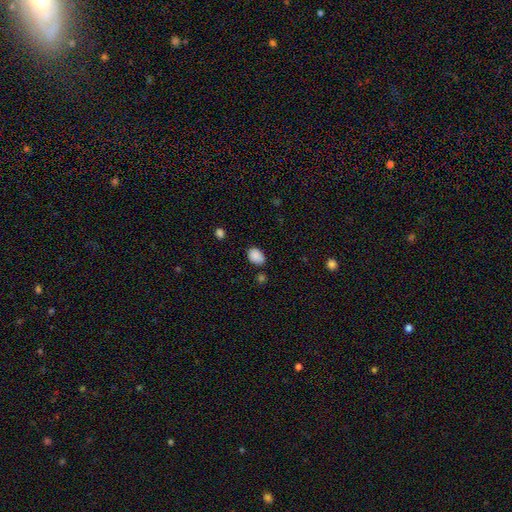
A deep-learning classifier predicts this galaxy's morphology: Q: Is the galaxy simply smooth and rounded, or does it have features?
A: smooth — 87%.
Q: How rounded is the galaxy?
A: in between — 76%.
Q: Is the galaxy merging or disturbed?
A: none — 70%.